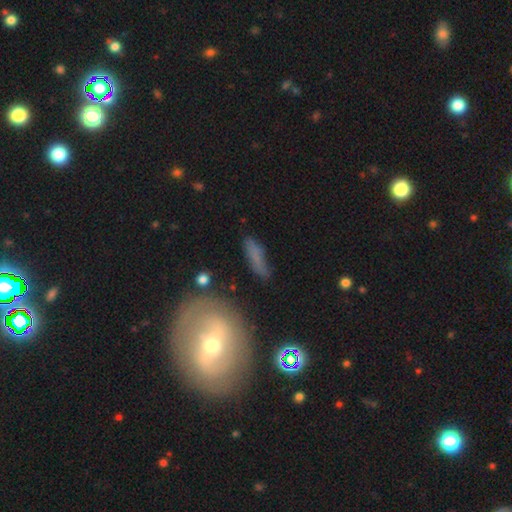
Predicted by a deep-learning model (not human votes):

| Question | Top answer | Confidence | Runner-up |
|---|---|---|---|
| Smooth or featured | smooth | 62% | featured or disk (24%) |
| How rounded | cigar-shaped | 63% | in between (31%) |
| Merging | none | 68% | minor disturbance (19%) |